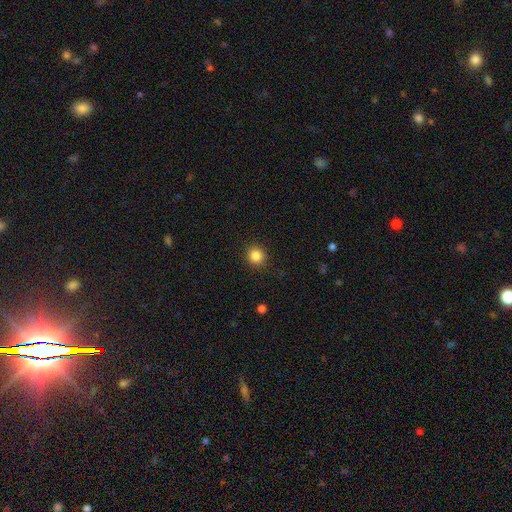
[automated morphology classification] smooth-or-featured: smooth: 85% | star or artifact: 11% | featured or disk: 4%
  how-rounded: round: 92% | in between: 7% | cigar-shaped: 1%
  merging: none: 90% | minor disturbance: 6% | major disturbance: 2% | merger: 1%